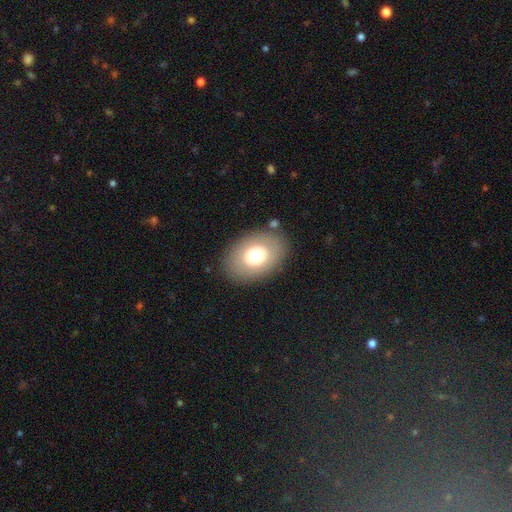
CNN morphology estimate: This appears to be a smooth galaxy with no disk features (69%) that is in between round and cigar-shaped (78%). Merging: none (84%).